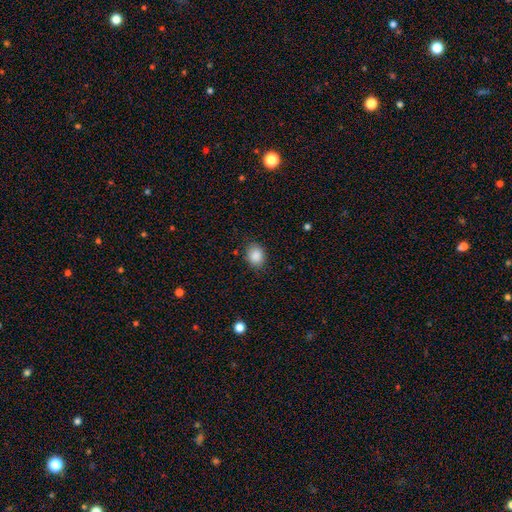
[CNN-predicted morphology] smooth_or_featured: smooth (p=0.88) [alt: star or artifact p=0.08]
how_rounded: in between (p=0.51) [alt: round p=0.48]
merging: none (p=0.81) [alt: minor disturbance p=0.14]